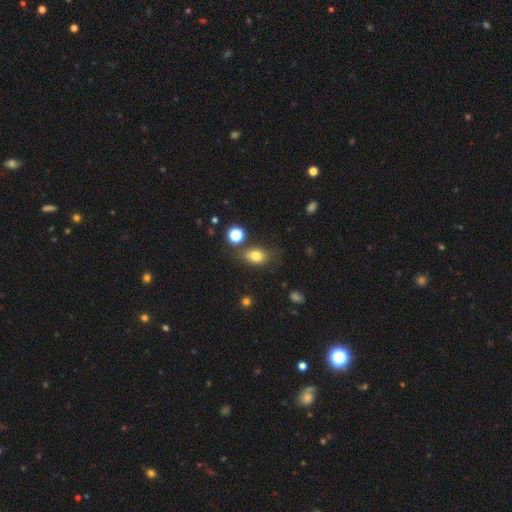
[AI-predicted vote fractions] Smooth or featured: smooth — 77% (star or artifact — 13%)
How rounded: in between — 71% (round — 27%)
Merging: none — 64% (minor disturbance — 20%)